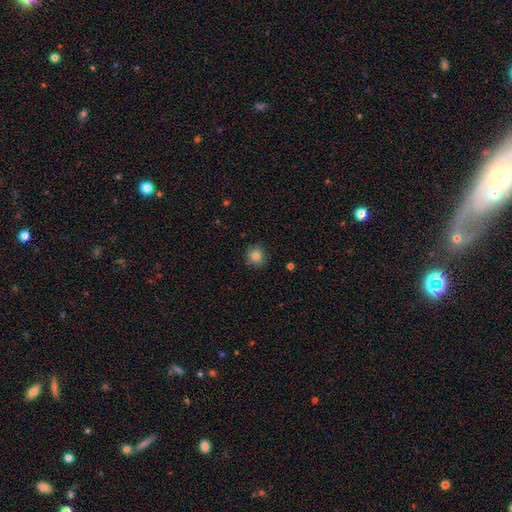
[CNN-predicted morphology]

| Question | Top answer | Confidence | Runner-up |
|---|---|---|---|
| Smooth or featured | smooth | 83% | star or artifact (11%) |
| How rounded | round | 93% | in between (6%) |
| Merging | none | 87% | minor disturbance (9%) |